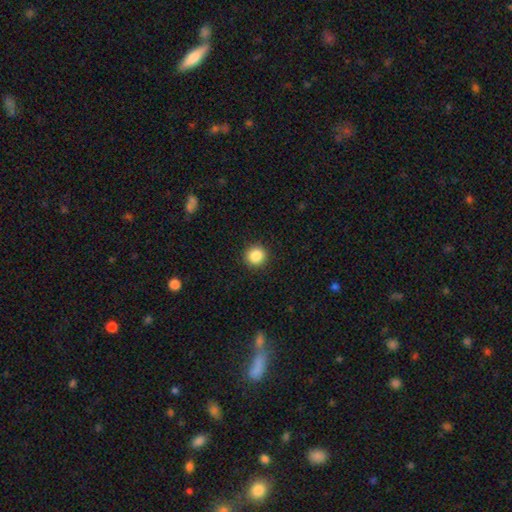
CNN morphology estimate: A smooth galaxy with no disk features (87%) that is round (93%).

Vote fractions:
- Smooth or featured? smooth: 87% / star or artifact: 9% / featured or disk: 3%
- How rounded? round: 93% / in between: 6% / cigar-shaped: 1%
- Merging? none: 92% / minor disturbance: 5% / major disturbance: 2% / merger: 1%